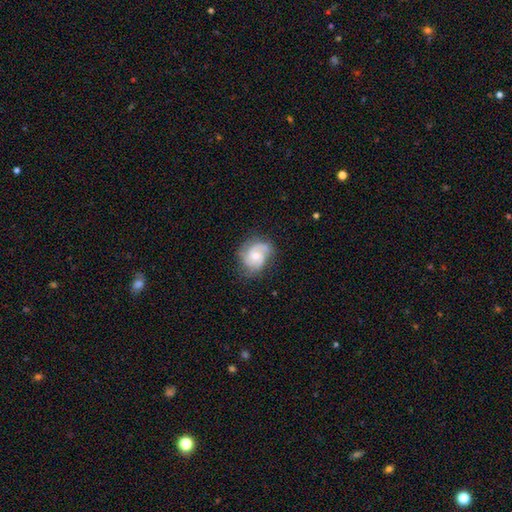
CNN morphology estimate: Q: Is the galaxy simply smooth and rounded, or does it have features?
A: featured or disk — 78%.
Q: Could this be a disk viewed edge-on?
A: no — 98%.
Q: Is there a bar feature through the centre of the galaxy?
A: no — 74%.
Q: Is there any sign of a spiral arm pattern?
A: yes — 95%.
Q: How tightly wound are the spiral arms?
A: medium — 44%.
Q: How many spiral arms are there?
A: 3 — 43%.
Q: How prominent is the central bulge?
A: moderate — 49%.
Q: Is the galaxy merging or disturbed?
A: none — 70%.